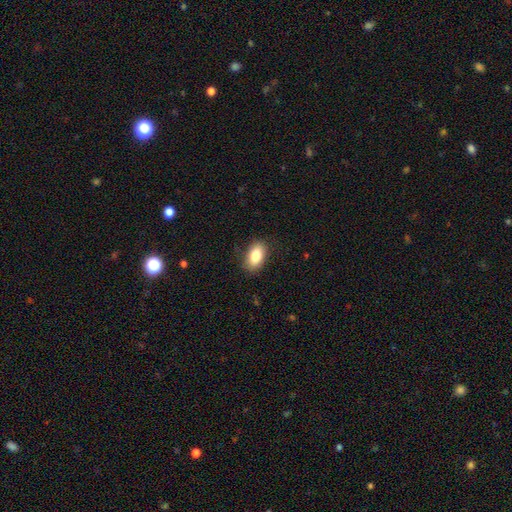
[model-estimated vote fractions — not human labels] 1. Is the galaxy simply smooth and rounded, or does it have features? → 83% smooth, 10% featured or disk, 8% star or artifact.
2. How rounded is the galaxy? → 91% in between, 6% round, 3% cigar-shaped.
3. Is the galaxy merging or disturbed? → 86% none, 11% minor disturbance, 3% major disturbance, 1% merger.